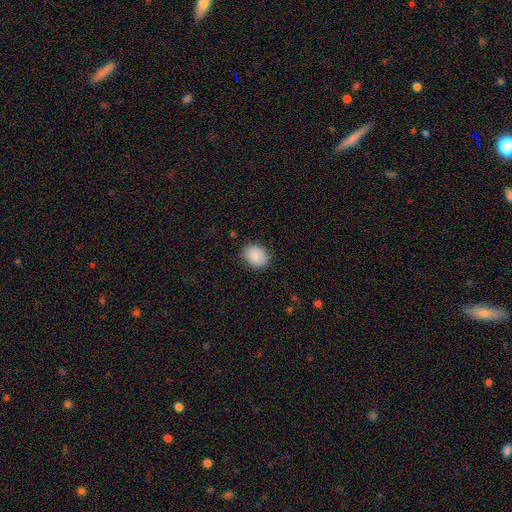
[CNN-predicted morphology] Smooth or featured? Predicted: smooth (p=0.89). How rounded? Predicted: round (p=0.52). Merging? Predicted: none (p=0.85).